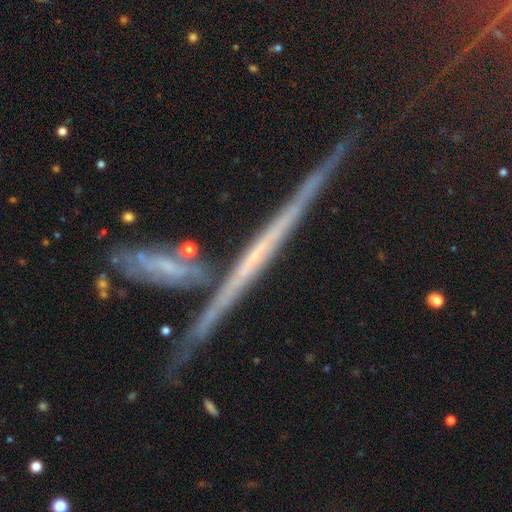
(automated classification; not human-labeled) featured or disk 76%, smooth 14%, star or artifact 10%. Down the decision tree: edge-on disk — yes (95%); edge-on bulge — none (69%); merging — none (71%).